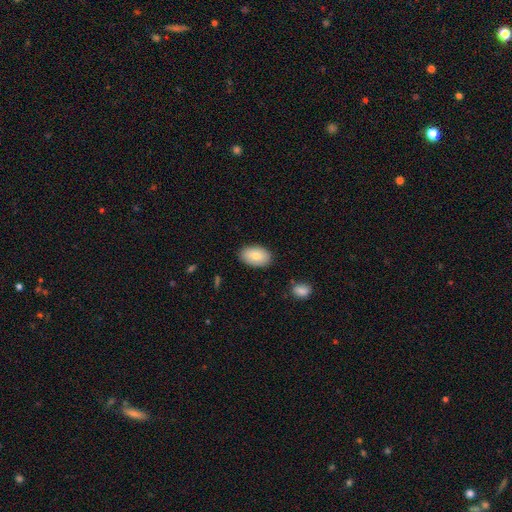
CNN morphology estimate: The model was most divided on "smooth or featured": smooth: 79%, featured or disk: 14%, star or artifact: 7%. More confident: how rounded — in between (92%); merging — none (86%).